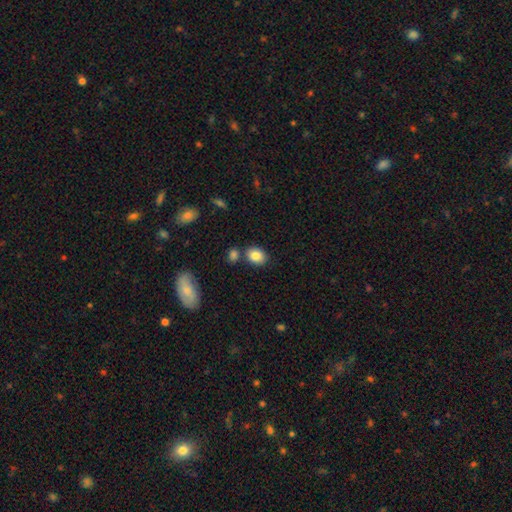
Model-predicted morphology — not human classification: A smooth galaxy with no disk features (84%) that is in between round and cigar-shaped (57%).

Vote fractions:
- Smooth or featured? smooth: 84% / star or artifact: 9% / featured or disk: 7%
- How rounded? in between: 57% / round: 42% / cigar-shaped: 1%
- Merging? none: 74% / minor disturbance: 12% / merger: 12% / major disturbance: 3%